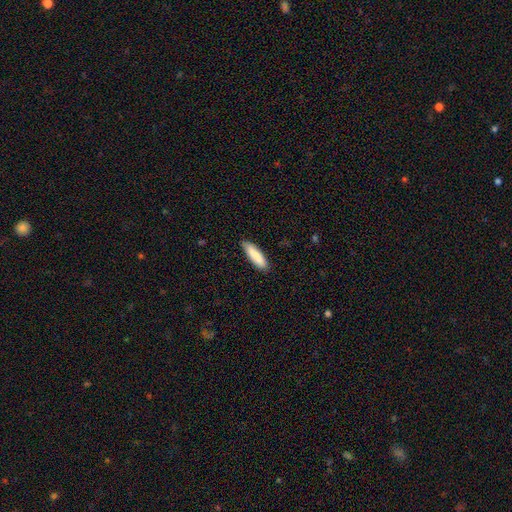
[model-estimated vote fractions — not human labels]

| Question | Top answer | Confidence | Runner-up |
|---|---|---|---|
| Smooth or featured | smooth | 86% | featured or disk (8%) |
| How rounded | cigar-shaped | 65% | in between (34%) |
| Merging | none | 88% | minor disturbance (9%) |